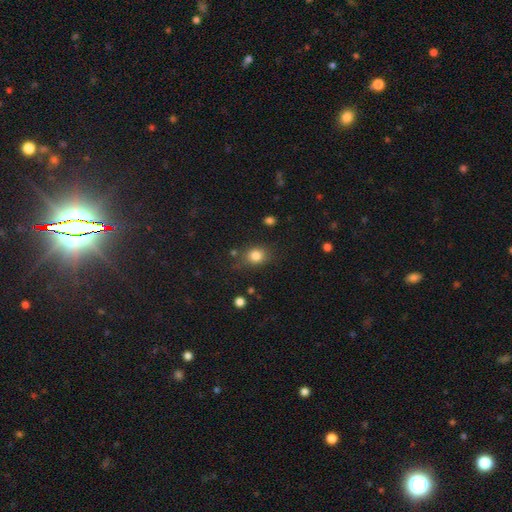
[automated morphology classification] type=smooth (82%); roundness=round (57%); merging=none (75%).